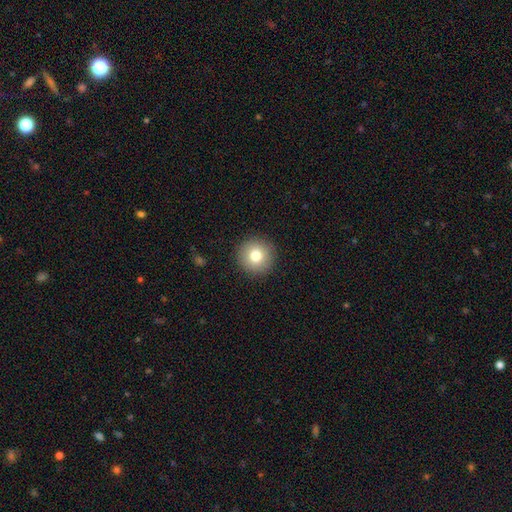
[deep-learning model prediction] A smooth galaxy with no disk features (79%) that is round (96%).

Vote fractions:
- Smooth or featured? smooth: 79% / featured or disk: 11% / star or artifact: 10%
- How rounded? round: 96% / in between: 3% / cigar-shaped: 1%
- Merging? none: 92% / minor disturbance: 5% / major disturbance: 2% / merger: 1%